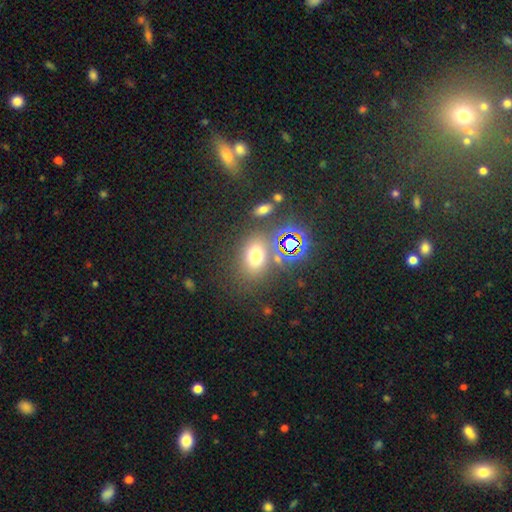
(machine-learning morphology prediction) Overall: smooth (64%; star or artifact 26%). How rounded: in between (59%; round 39%). Merging: none (72%).